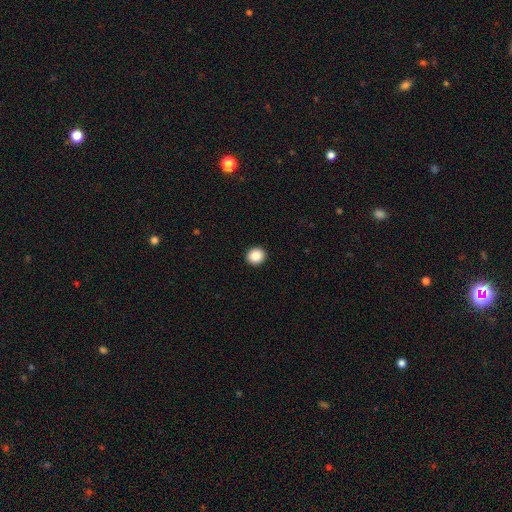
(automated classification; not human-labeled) Smooth or featured?
  - smooth: 89% *
  - star or artifact: 8%
  - featured or disk: 3%
How rounded?
  - round: 86% *
  - in between: 13%
  - cigar-shaped: 1%
Merging?
  - none: 93% *
  - minor disturbance: 4%
  - major disturbance: 1%
  - merger: 1%